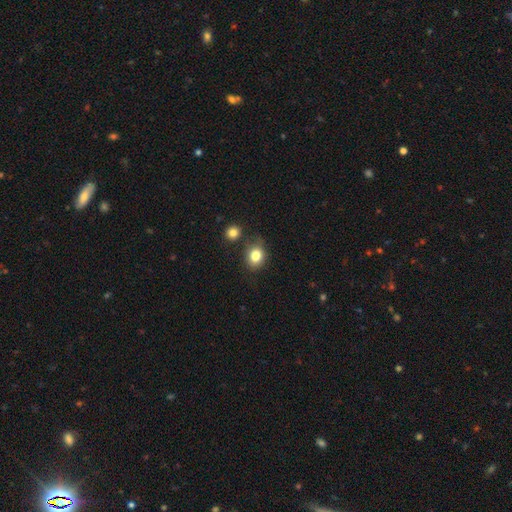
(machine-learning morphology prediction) Smooth or featured? smooth (82%)
How rounded? round (61%)
Merging? none (72%)